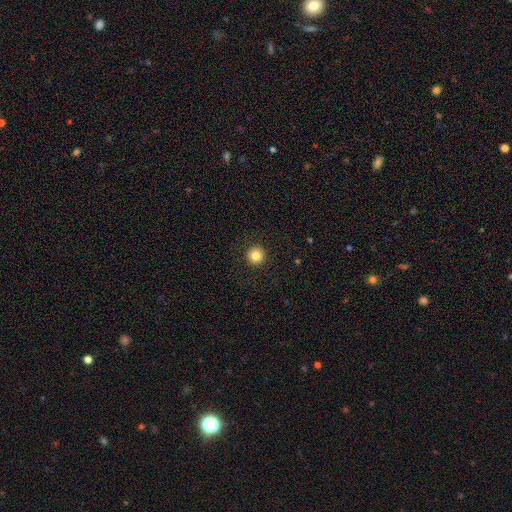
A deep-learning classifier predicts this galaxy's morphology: smooth 83%, star or artifact 11%, featured or disk 5%. Down the decision tree: how rounded — round (96%); merging — none (93%).